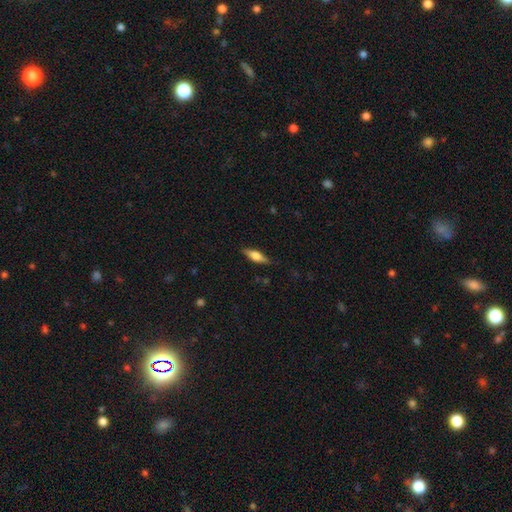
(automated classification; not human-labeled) This appears to be a smooth galaxy with no disk features (56%) that is in between round and cigar-shaped (51%). Merging: none (83%).